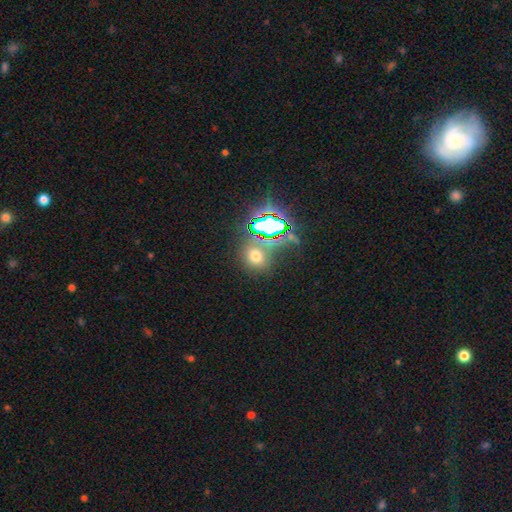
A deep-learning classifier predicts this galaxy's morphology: smooth-or-featured: smooth: 51% | star or artifact: 40% | featured or disk: 9%
  how-rounded: round: 67% | in between: 31% | cigar-shaped: 2%
  merging: none: 72% | merger: 12% | minor disturbance: 11% | major disturbance: 6%